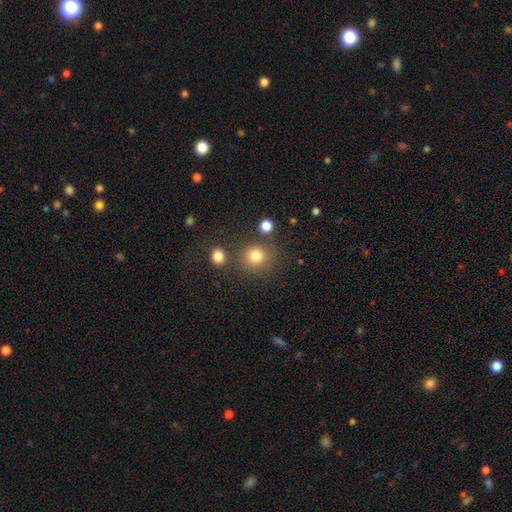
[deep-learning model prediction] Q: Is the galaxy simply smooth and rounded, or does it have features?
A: smooth — 80%.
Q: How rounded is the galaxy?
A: round — 88%.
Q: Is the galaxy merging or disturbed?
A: none — 78%.